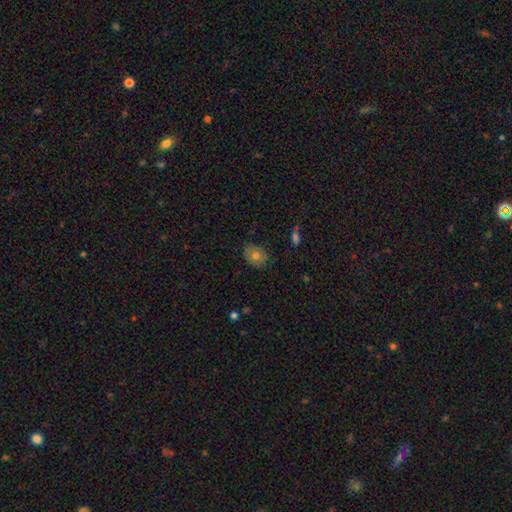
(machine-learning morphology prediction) Smooth or featured? Predicted: smooth (p=0.73). How rounded? Predicted: in between (p=0.57). Merging? Predicted: none (p=0.81).